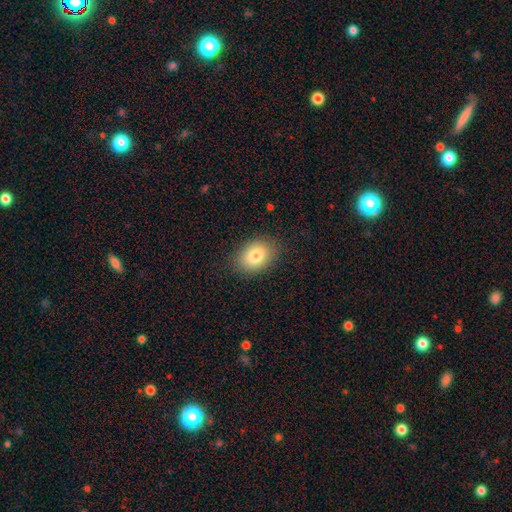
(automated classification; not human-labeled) This is clearly a smooth galaxy (81%). How rounded: likely in between (77%). Merging: clearly none (86%).